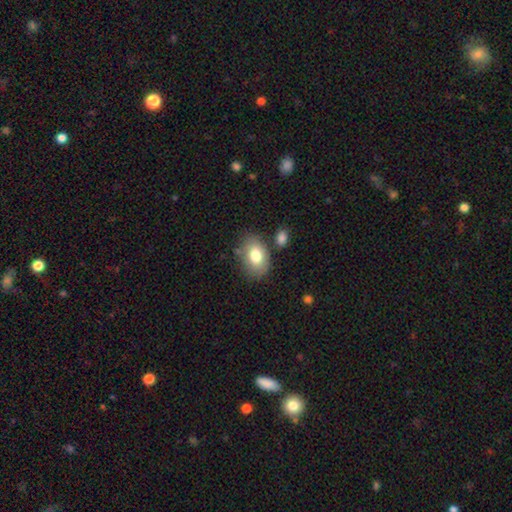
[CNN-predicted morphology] type=smooth (79%); roundness=in between (84%); merging=none (71%).